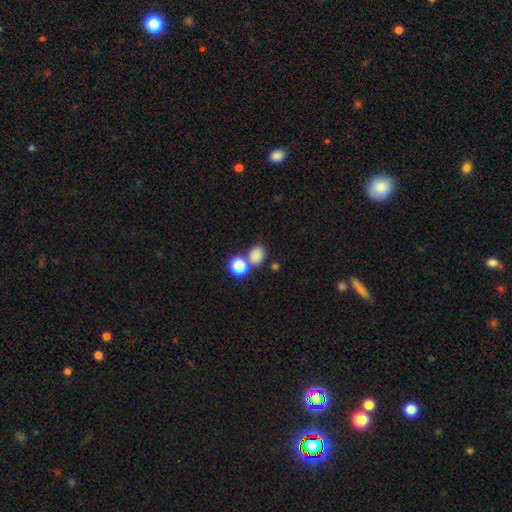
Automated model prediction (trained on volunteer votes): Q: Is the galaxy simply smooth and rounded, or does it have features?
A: smooth — 82%.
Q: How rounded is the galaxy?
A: round — 65%.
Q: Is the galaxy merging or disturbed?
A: none — 59%.